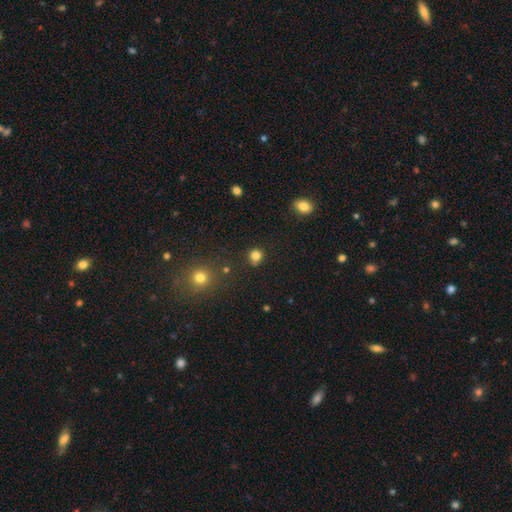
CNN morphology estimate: This is clearly a smooth galaxy (82%). How rounded: clearly round (85%). Merging: clearly none (80%).